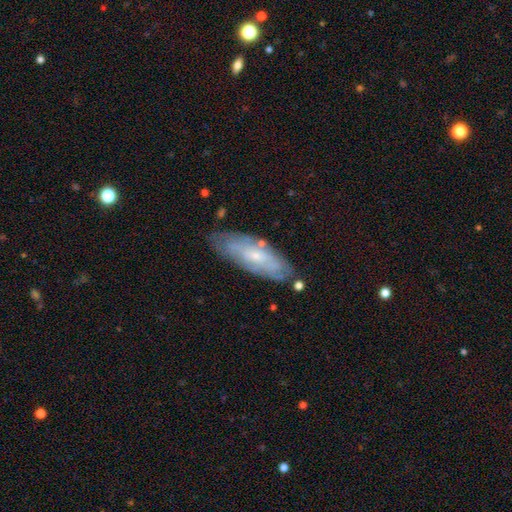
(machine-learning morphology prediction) Smooth or featured?
  - featured or disk: 57% *
  - smooth: 36%
  - star or artifact: 7%
Edge-on disk?
  - no: 76% *
  - yes: 24%
Merging?
  - none: 75% *
  - minor disturbance: 18%
  - major disturbance: 4%
  - merger: 3%